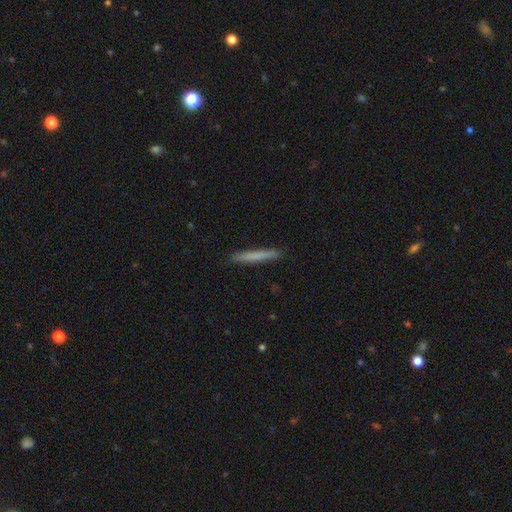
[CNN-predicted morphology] Smooth or featured: smooth — 73% (featured or disk — 21%)
How rounded: cigar-shaped — 97% (in between — 2%)
Merging: none — 91% (minor disturbance — 6%)